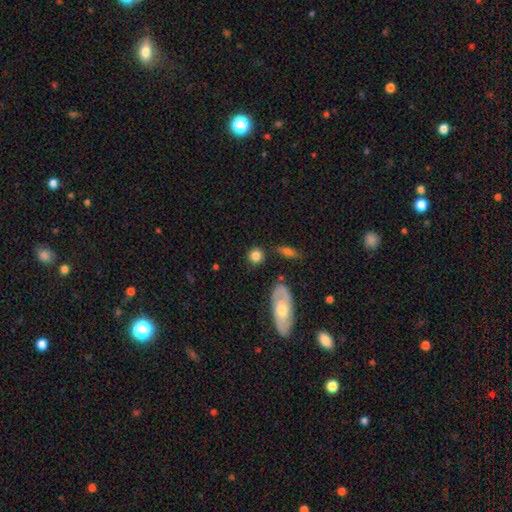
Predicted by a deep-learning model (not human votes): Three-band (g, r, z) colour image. It shows a smooth galaxy with no disk features (81%) that is round (83%). Merging: none (79%).